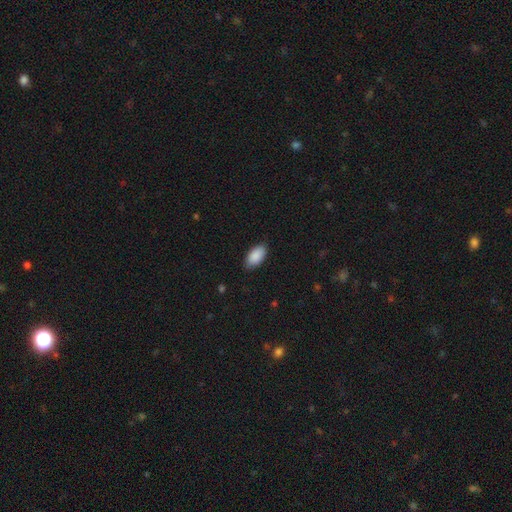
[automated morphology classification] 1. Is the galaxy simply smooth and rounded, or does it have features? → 89% smooth, 6% star or artifact, 4% featured or disk.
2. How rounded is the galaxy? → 95% in between, 3% cigar-shaped, 2% round.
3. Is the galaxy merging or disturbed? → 84% none, 13% minor disturbance, 2% major disturbance, 1% merger.